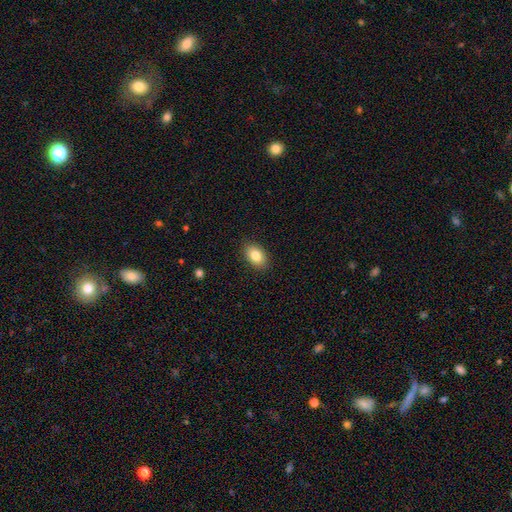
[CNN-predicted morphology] Smooth or featured: smooth — 84% (featured or disk — 8%)
How rounded: in between — 88% (round — 11%)
Merging: none — 89% (minor disturbance — 8%)